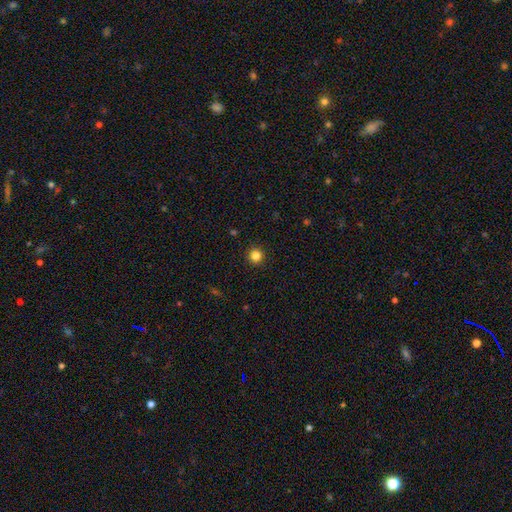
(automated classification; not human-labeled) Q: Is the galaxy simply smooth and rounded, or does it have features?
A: smooth — 83%.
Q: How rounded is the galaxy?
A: round — 95%.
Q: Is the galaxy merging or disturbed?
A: none — 93%.